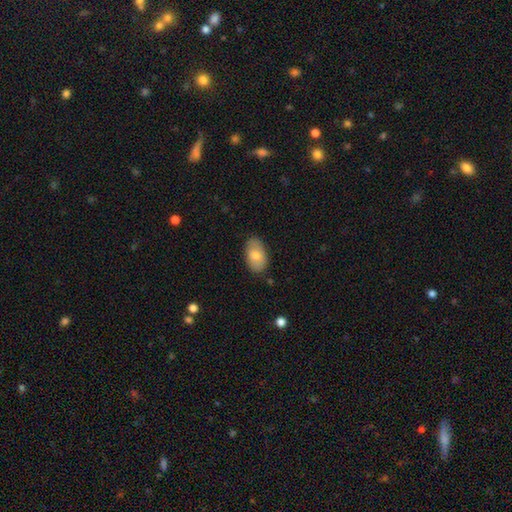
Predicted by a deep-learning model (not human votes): A smooth galaxy with no disk features (76%) that is in between round and cigar-shaped (93%).

Vote fractions:
- Smooth or featured? smooth: 76% / featured or disk: 18% / star or artifact: 6%
- How rounded? in between: 93% / round: 6% / cigar-shaped: 2%
- Merging? none: 84% / minor disturbance: 13% / major disturbance: 2% / merger: 1%